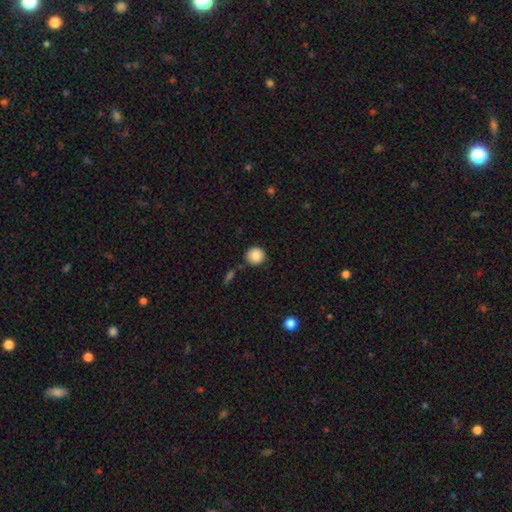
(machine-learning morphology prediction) Q: Smooth or featured?
A: smooth (85%); runner-up: star or artifact (8%)
Q: How rounded?
A: round (93%); runner-up: in between (7%)
Q: Merging?
A: none (86%); runner-up: minor disturbance (9%)